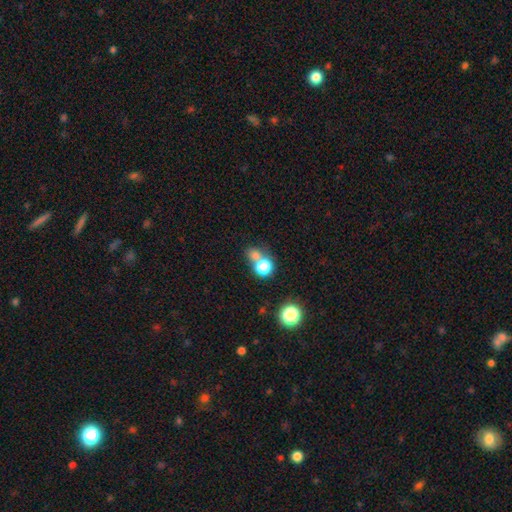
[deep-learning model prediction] This is likely a smooth galaxy (74%). How rounded: likely round (77%). Merging: marginally merger (45%).